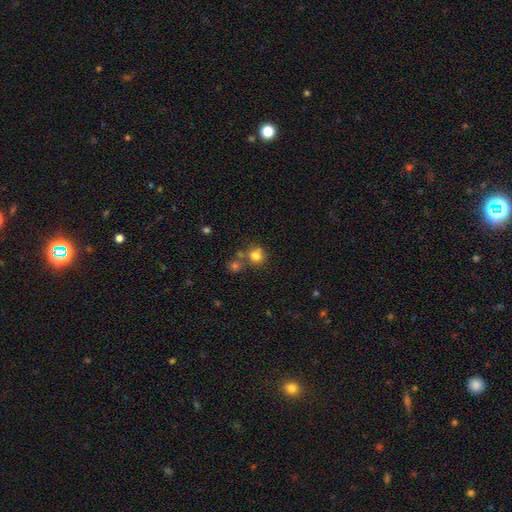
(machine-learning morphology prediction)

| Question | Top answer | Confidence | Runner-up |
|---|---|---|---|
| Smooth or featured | smooth | 76% | star or artifact (15%) |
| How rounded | round | 85% | in between (14%) |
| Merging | none | 60% | merger (25%) |